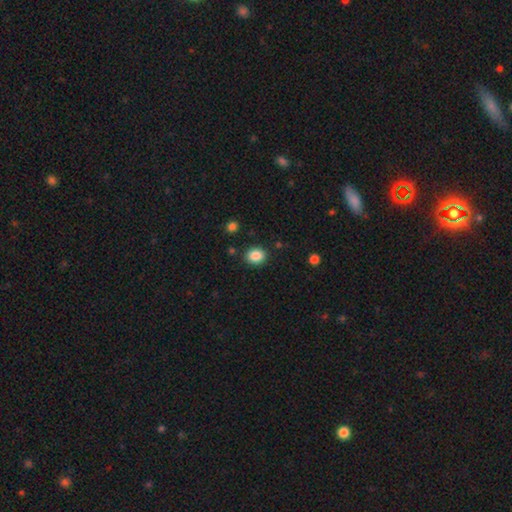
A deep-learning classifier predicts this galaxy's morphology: This appears to be a smooth galaxy with no disk features (86%) that is round (60%). Merging: none (88%).